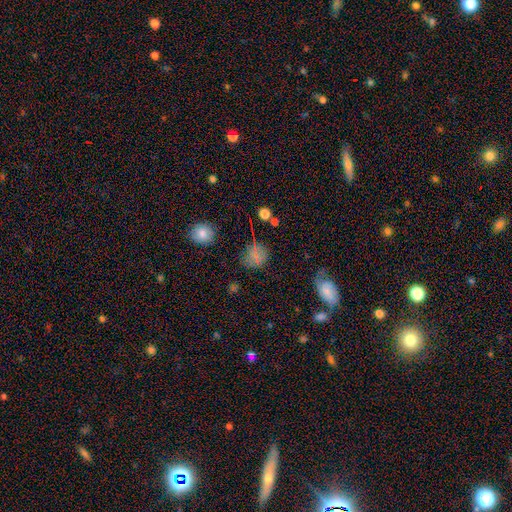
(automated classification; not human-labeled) Smooth or featured?
  - smooth: 68% *
  - star or artifact: 21%
  - featured or disk: 11%
How rounded?
  - round: 79% *
  - in between: 20%
  - cigar-shaped: 1%
Merging?
  - none: 77% *
  - minor disturbance: 14%
  - major disturbance: 6%
  - merger: 3%